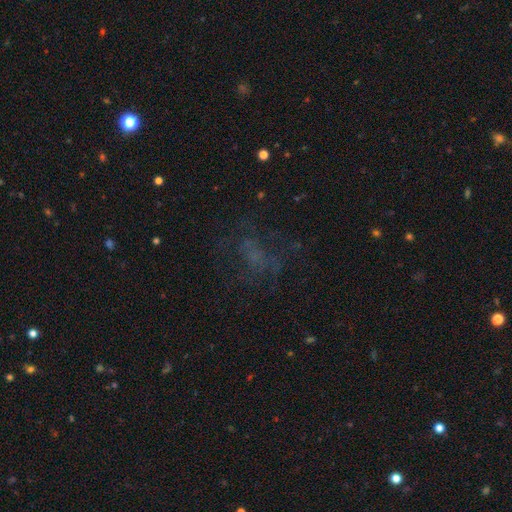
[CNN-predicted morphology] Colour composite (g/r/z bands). It shows a star or artifact, not a galaxy (34%, tied with featured or disk).